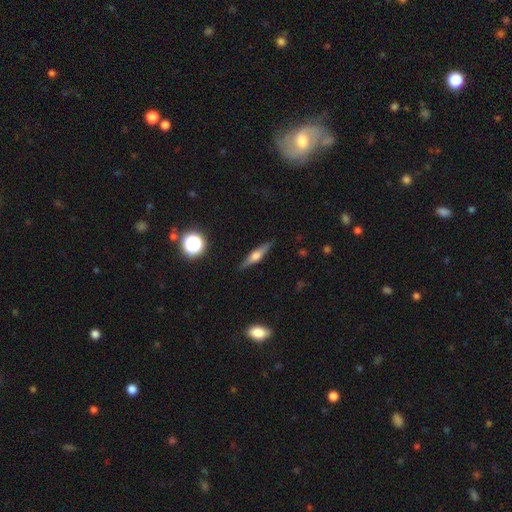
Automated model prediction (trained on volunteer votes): Smooth or featured? Predicted: featured or disk (p=0.62). Edge-on disk? Predicted: yes (p=0.96). Edge-on bulge? Predicted: rounded (p=0.87). Merging? Predicted: none (p=0.88).